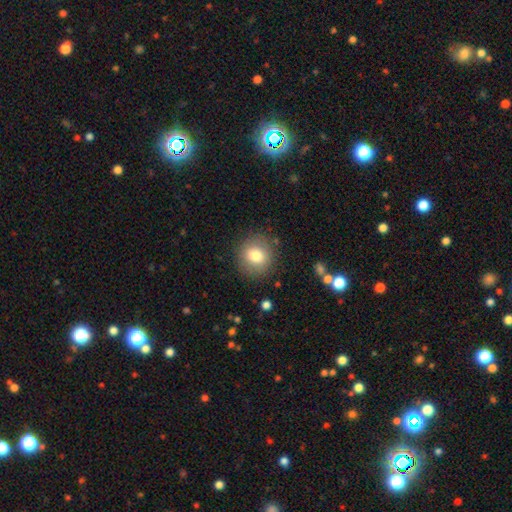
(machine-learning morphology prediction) Overall: smooth (78%). How rounded: round (88%). Merging: none (86%).